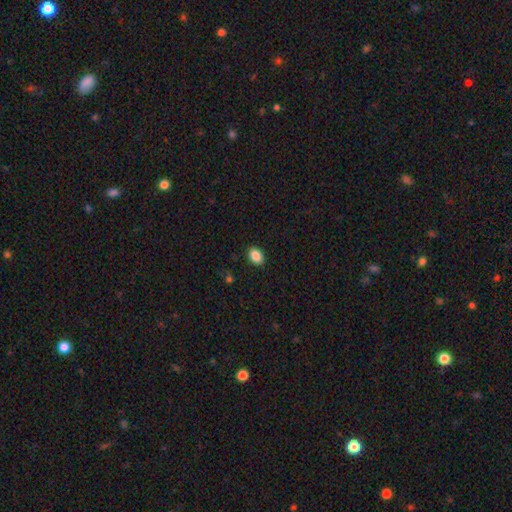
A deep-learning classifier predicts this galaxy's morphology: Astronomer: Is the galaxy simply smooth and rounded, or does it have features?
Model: smooth — 88%.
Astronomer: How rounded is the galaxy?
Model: in between — 81%.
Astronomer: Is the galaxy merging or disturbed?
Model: none — 89%.